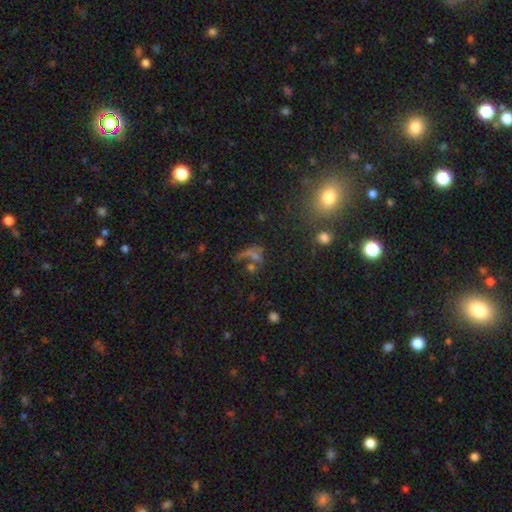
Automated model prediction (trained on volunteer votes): Q: Smooth or featured?
A: smooth (44%); runner-up: star or artifact (37%)
Q: Merging?
A: none (43%); runner-up: merger (27%)